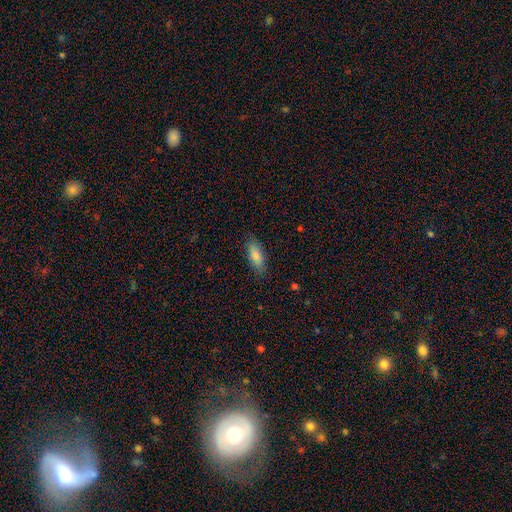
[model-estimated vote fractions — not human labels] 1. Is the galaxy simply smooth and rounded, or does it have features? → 83% smooth, 10% featured or disk, 7% star or artifact.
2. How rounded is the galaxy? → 69% in between, 29% cigar-shaped, 2% round.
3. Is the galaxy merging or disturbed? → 83% none, 13% minor disturbance, 3% major disturbance, 1% merger.